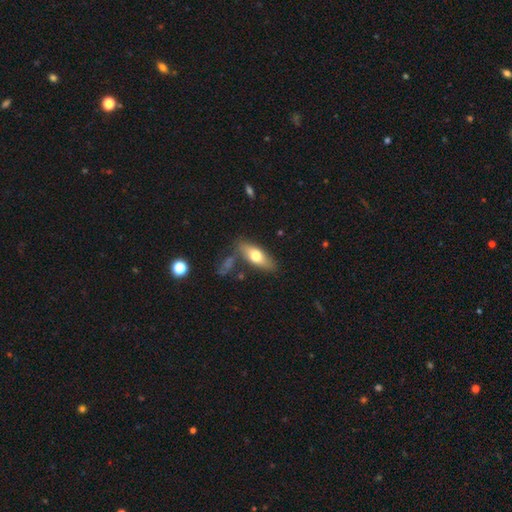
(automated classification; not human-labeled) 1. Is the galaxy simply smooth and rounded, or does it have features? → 65% smooth, 29% featured or disk, 6% star or artifact.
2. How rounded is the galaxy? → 69% in between, 28% cigar-shaped, 3% round.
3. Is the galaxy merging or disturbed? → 76% none, 14% minor disturbance, 7% merger, 3% major disturbance.